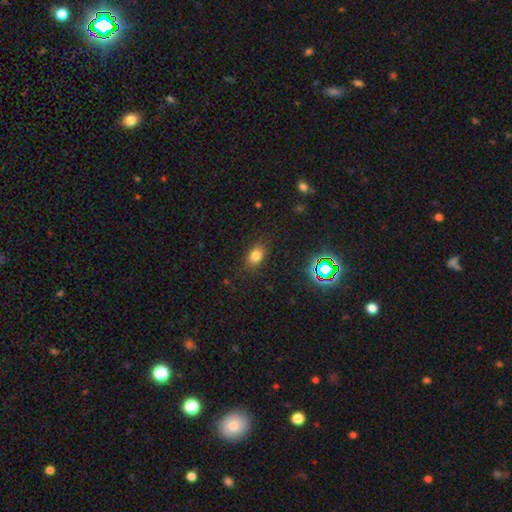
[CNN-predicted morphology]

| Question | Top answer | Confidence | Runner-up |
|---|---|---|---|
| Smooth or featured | smooth | 77% | star or artifact (15%) |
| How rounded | in between | 76% | round (22%) |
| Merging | none | 83% | minor disturbance (12%) |